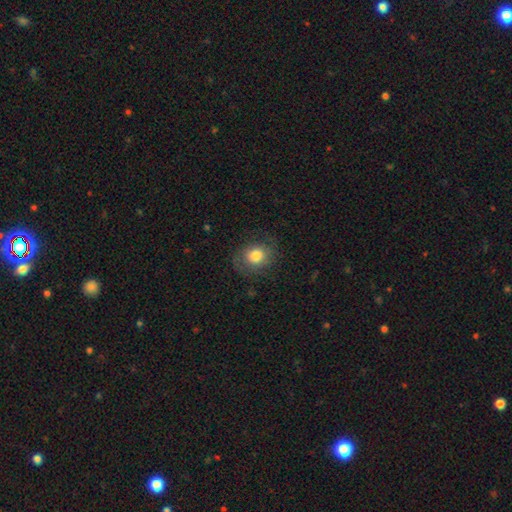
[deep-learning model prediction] A smooth galaxy with no disk features (76%) that is round (70%). Merging: none (74%).